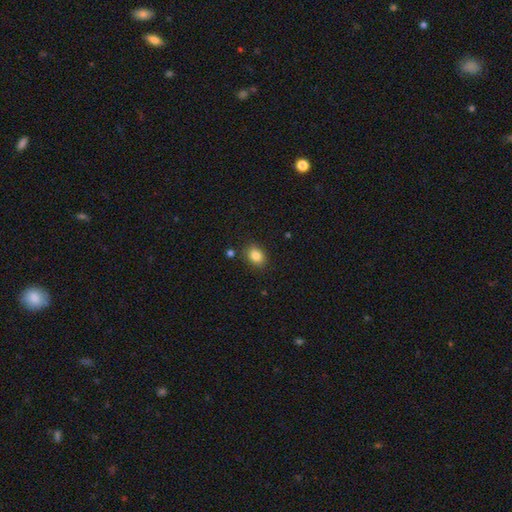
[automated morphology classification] Q: Smooth or featured?
A: smooth (85%); runner-up: star or artifact (9%)
Q: How rounded?
A: in between (67%); runner-up: round (32%)
Q: Merging?
A: none (83%); runner-up: minor disturbance (11%)